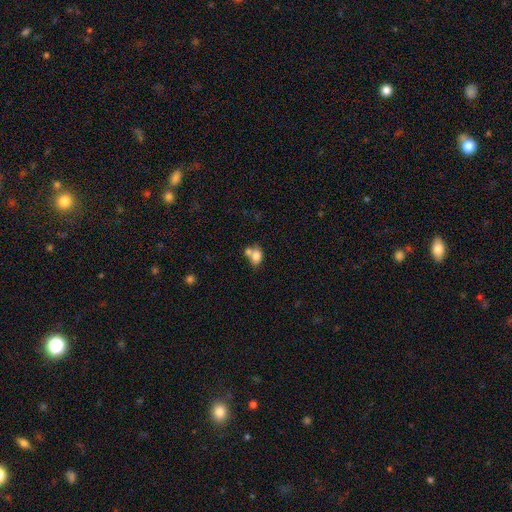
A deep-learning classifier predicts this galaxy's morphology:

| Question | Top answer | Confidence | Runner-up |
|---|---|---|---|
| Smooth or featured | smooth | 77% | featured or disk (13%) |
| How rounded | in between | 67% | round (32%) |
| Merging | merger | 45% | none (36%) |